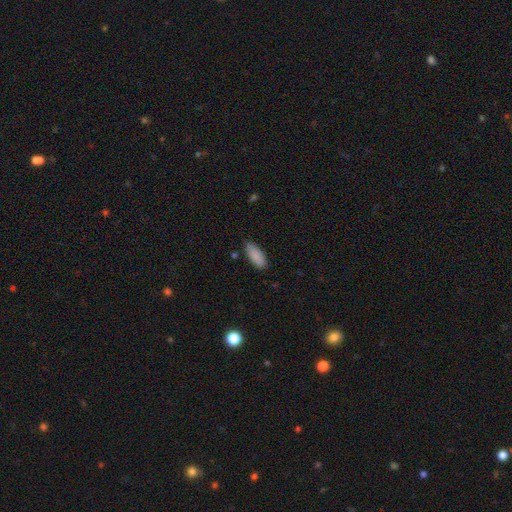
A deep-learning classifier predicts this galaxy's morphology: smooth-or-featured: smooth: 89% | star or artifact: 7% | featured or disk: 5%
  how-rounded: in between: 75% | cigar-shaped: 23% | round: 2%
  merging: none: 83% | minor disturbance: 13% | major disturbance: 2% | merger: 2%